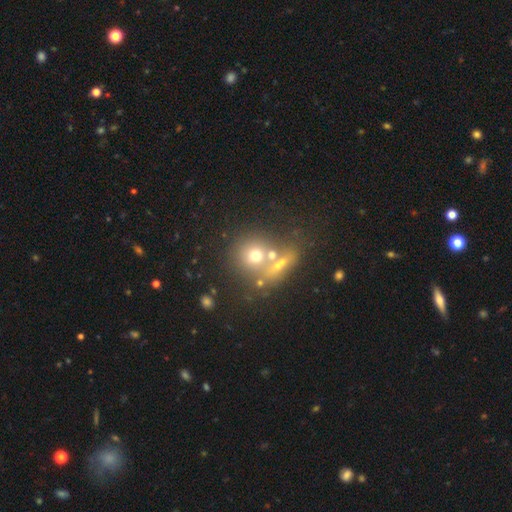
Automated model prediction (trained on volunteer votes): This appears to be a smooth galaxy with no disk features (60%) that is round (84%). Merging: none (45%).